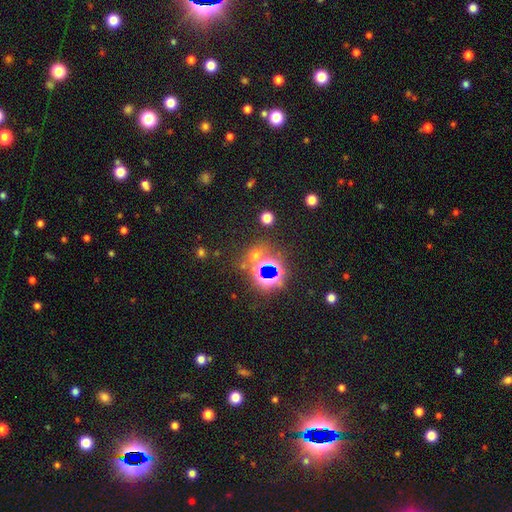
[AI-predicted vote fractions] A star or artifact, not a galaxy (61%).